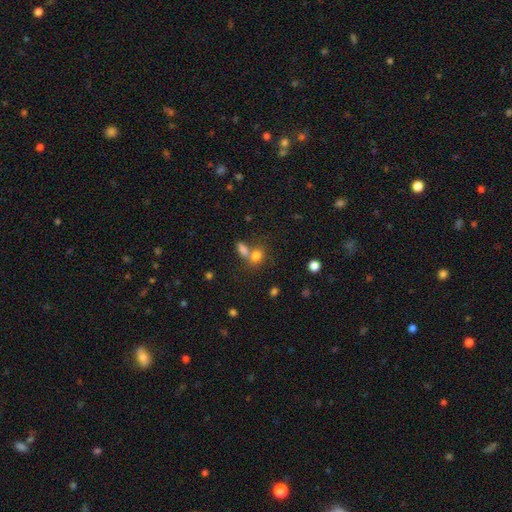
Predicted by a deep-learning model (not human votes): Smooth or featured: smooth — 78% (star or artifact — 13%)
How rounded: in between — 51% (round — 46%)
Merging: none — 44% (merger — 41%)